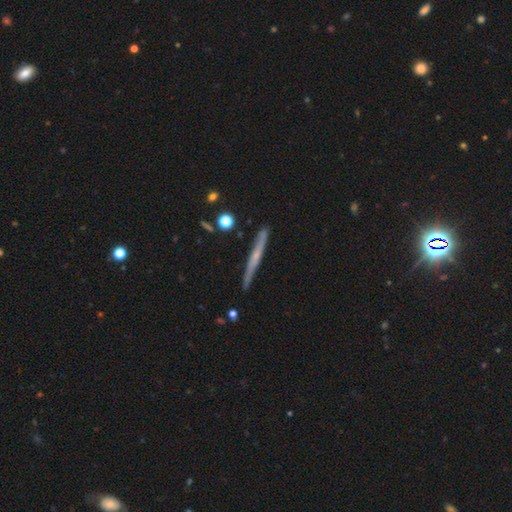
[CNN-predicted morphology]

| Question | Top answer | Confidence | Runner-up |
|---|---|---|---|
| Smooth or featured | featured or disk | 61% | smooth (32%) |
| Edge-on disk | yes | 96% | no (4%) |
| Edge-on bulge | none | 59% | rounded (34%) |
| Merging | none | 87% | minor disturbance (10%) |